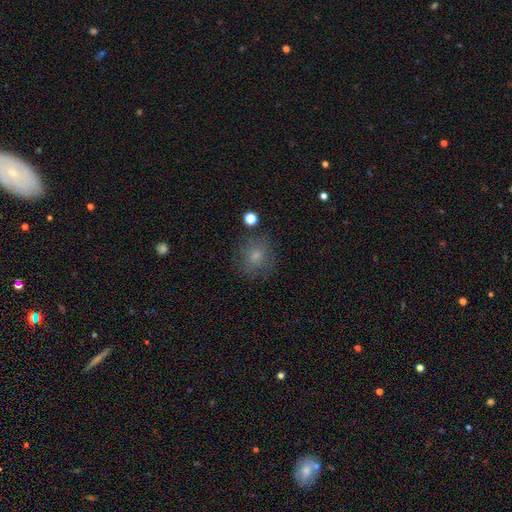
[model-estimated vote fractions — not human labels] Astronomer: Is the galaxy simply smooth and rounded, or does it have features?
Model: smooth — 75%.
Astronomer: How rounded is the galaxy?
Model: round — 83%.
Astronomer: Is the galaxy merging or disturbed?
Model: none — 77%.